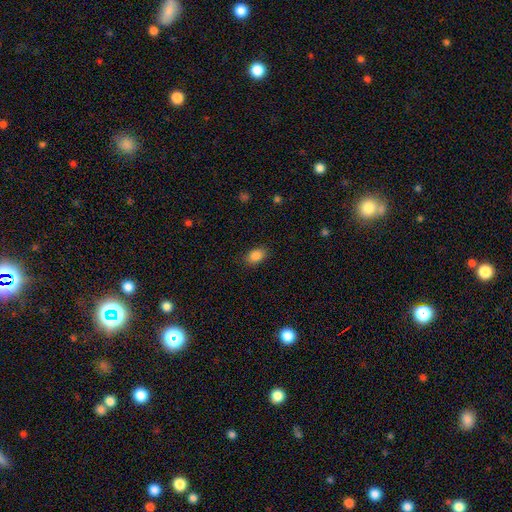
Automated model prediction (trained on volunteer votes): Morphology: type=smooth (85%); roundness=in between (86%); merging=none (86%).